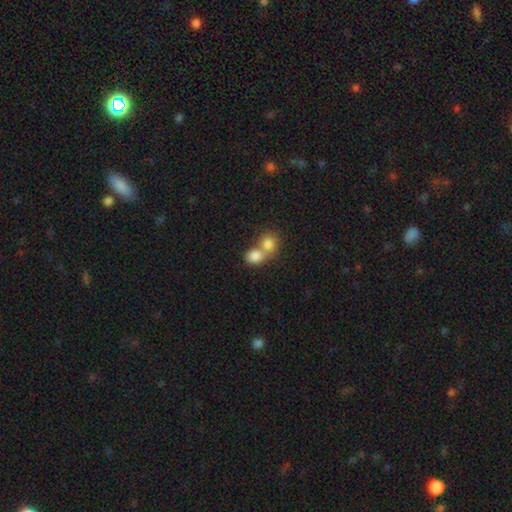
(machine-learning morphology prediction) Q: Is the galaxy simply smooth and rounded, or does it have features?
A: smooth — 81%.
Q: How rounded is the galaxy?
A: round — 57%.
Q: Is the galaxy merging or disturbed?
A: merger — 66%.